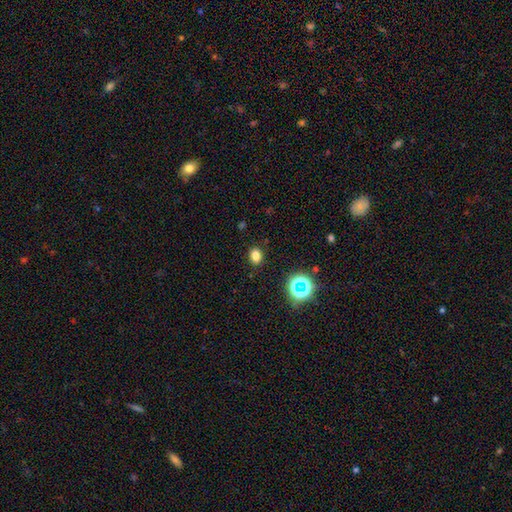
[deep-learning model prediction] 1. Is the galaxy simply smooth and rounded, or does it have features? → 77% smooth, 17% star or artifact, 6% featured or disk.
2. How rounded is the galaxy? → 57% in between, 42% round, 1% cigar-shaped.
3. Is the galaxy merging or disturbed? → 88% none, 8% minor disturbance, 3% major disturbance, 1% merger.